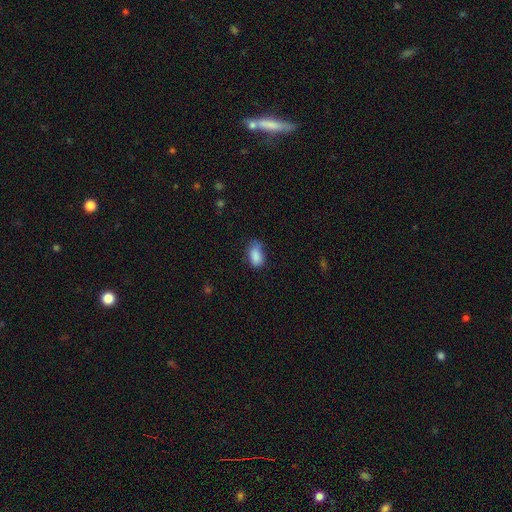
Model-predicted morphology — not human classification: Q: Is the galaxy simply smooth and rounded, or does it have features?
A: smooth — 86%.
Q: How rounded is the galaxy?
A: in between — 90%.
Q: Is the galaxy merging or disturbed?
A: none — 52%.